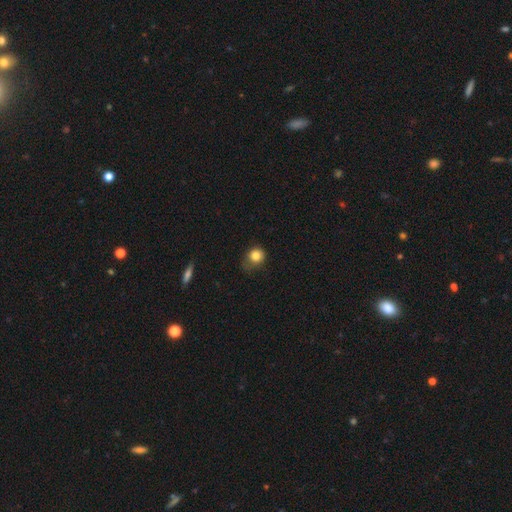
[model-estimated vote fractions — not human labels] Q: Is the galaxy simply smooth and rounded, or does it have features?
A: smooth — 82%.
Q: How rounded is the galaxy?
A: round — 77%.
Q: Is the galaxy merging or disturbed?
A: none — 50%.